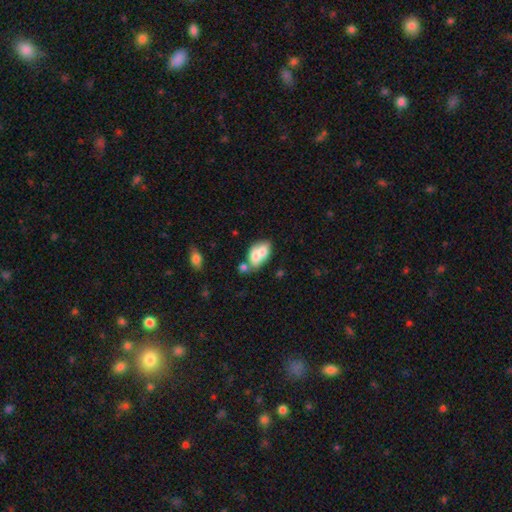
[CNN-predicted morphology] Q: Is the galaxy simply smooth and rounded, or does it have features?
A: smooth — 65%.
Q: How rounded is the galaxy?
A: in between — 85%.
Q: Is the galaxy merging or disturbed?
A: merger — 57%.